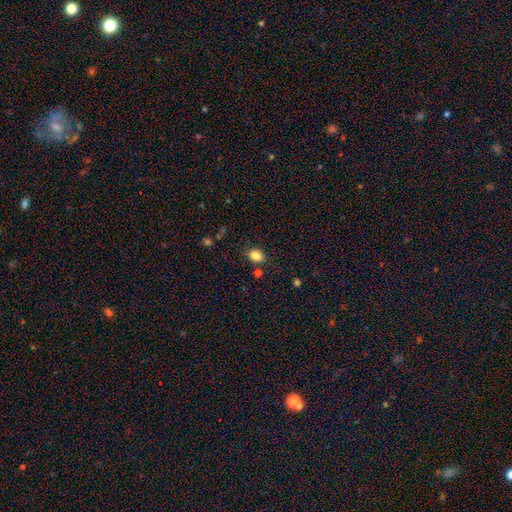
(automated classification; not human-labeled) This appears to be a smooth galaxy with no disk features (84%) that is in between round and cigar-shaped (68%). Merging: none (82%).